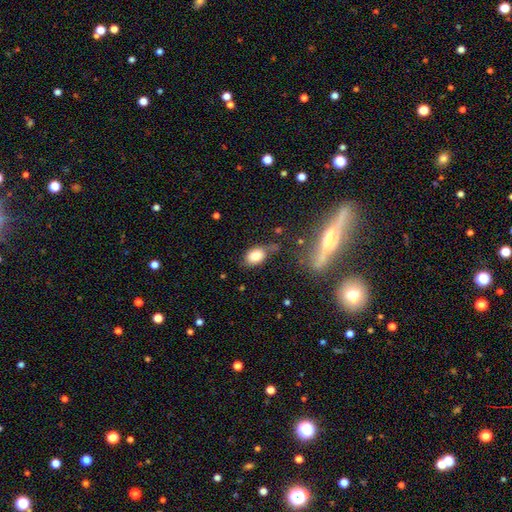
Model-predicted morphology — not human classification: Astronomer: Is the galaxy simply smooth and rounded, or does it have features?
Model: smooth — 81%.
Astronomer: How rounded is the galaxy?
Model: in between — 78%.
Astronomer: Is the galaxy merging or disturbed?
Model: none — 55%.